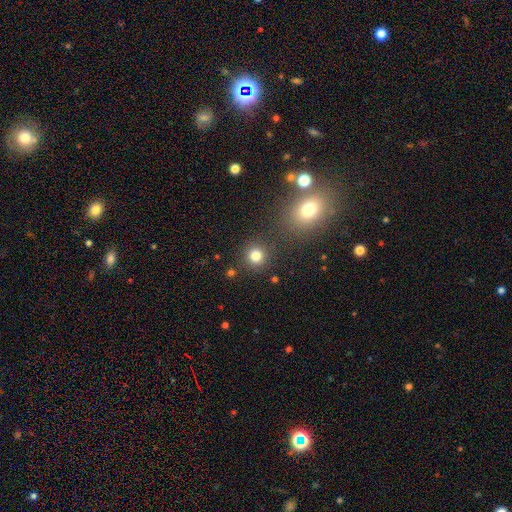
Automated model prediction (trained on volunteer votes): Q: Smooth or featured?
A: smooth (80%); runner-up: star or artifact (15%)
Q: How rounded?
A: round (92%); runner-up: in between (7%)
Q: Merging?
A: none (85%); runner-up: minor disturbance (7%)